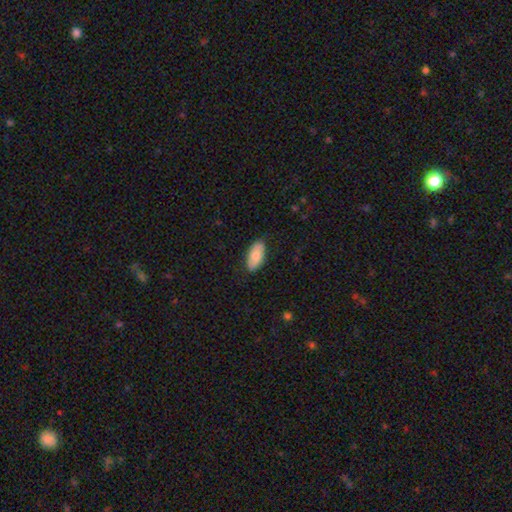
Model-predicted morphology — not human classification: smooth-or-featured: smooth: 78% | featured or disk: 16% | star or artifact: 6%
  how-rounded: in between: 91% | cigar-shaped: 6% | round: 2%
  merging: none: 84% | minor disturbance: 13% | major disturbance: 2% | merger: 1%